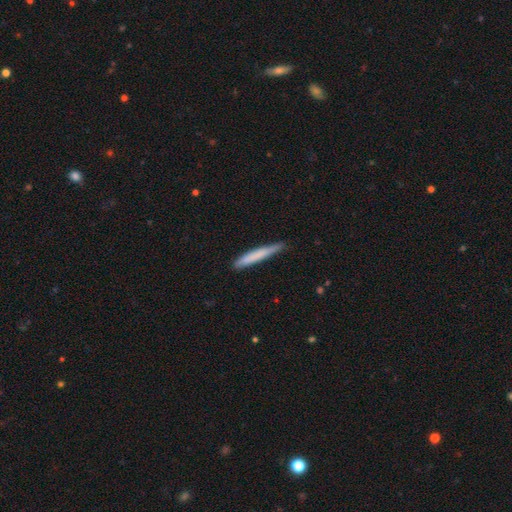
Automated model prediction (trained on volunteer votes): smooth-or-featured: smooth: 72% | featured or disk: 23% | star or artifact: 5%
  how-rounded: cigar-shaped: 96% | in between: 3% | round: 1%
  merging: none: 82% | minor disturbance: 15% | major disturbance: 2% | merger: 1%